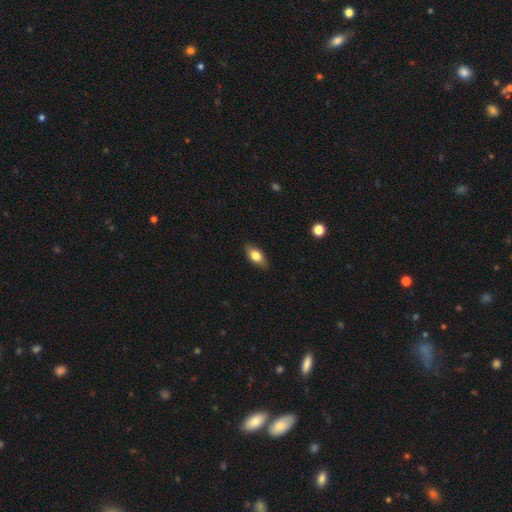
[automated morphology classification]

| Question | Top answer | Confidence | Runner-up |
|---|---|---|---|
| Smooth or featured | smooth | 76% | featured or disk (17%) |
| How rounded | in between | 87% | cigar-shaped (8%) |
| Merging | none | 86% | minor disturbance (11%) |